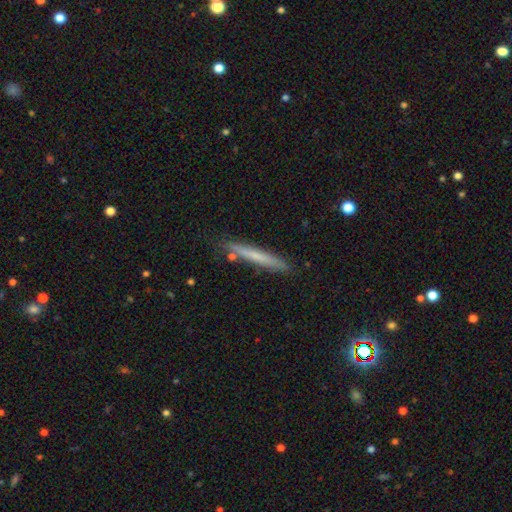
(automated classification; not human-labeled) Overall: smooth (56%; featured or disk 37%). How rounded: cigar-shaped (96%). Merging: none (85%).